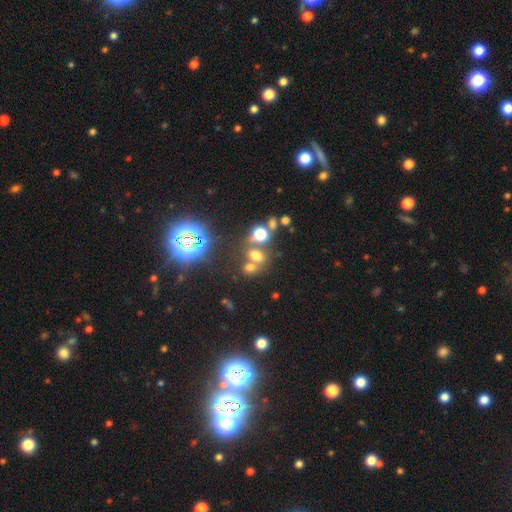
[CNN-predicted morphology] smooth-or-featured: smooth: 54% | star or artifact: 34% | featured or disk: 12%
  how-rounded: in between: 52% | round: 46% | cigar-shaped: 2%
  merging: none: 46% | merger: 40% | minor disturbance: 9% | major disturbance: 5%